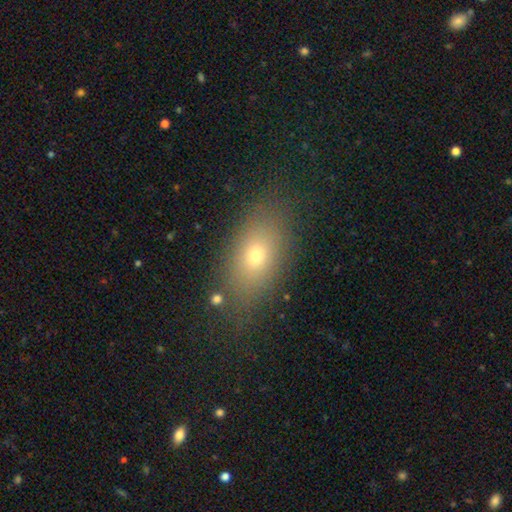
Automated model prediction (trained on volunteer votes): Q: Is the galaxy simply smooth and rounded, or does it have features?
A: smooth — 71%.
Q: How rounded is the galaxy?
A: in between — 83%.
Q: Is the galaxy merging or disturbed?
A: none — 78%.